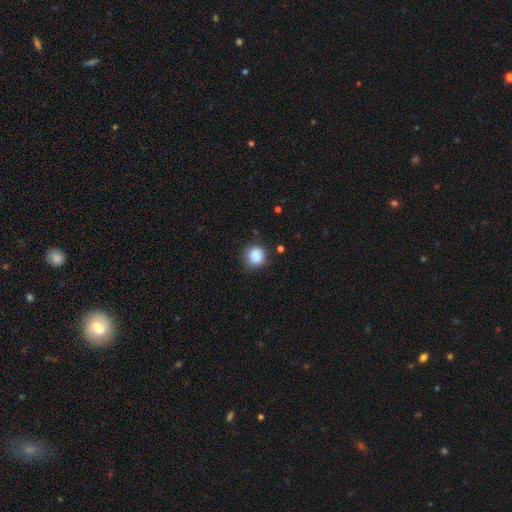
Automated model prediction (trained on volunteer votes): A smooth galaxy with no disk features (87%) that is round (85%).

Vote fractions:
- Smooth or featured? smooth: 87% / star or artifact: 9% / featured or disk: 4%
- How rounded? round: 85% / in between: 14% / cigar-shaped: 1%
- Merging? none: 76% / minor disturbance: 17% / major disturbance: 5% / merger: 2%